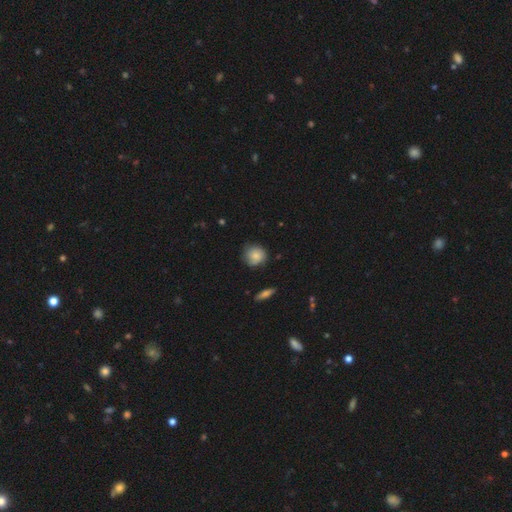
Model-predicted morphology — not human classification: Smooth or featured? smooth (78%)
How rounded? round (88%)
Merging? none (74%)